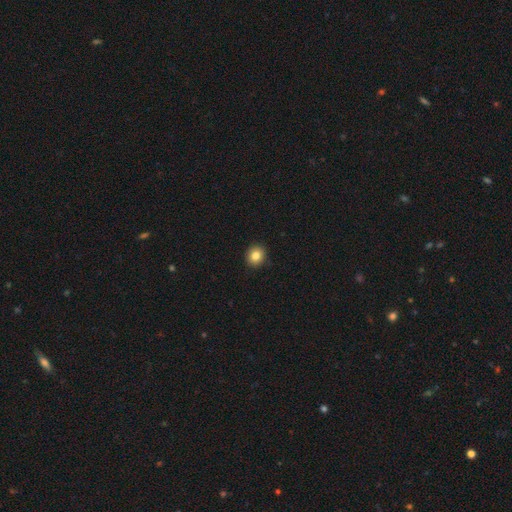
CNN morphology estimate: Overall: smooth (83%). How rounded: round (84%). Merging: none (92%).